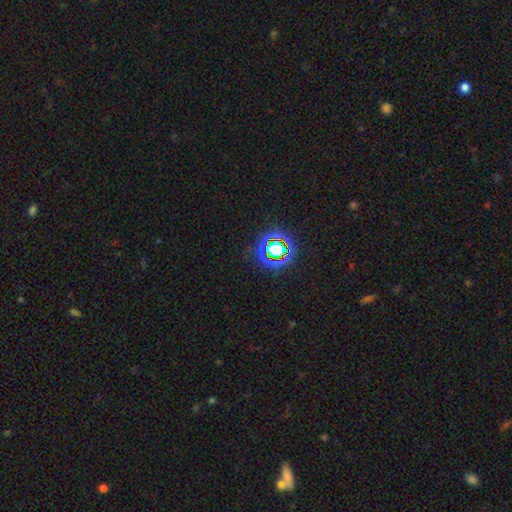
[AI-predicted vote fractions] The model was most divided on "smooth or featured": star or artifact: 78%, smooth: 14%, featured or disk: 8%.